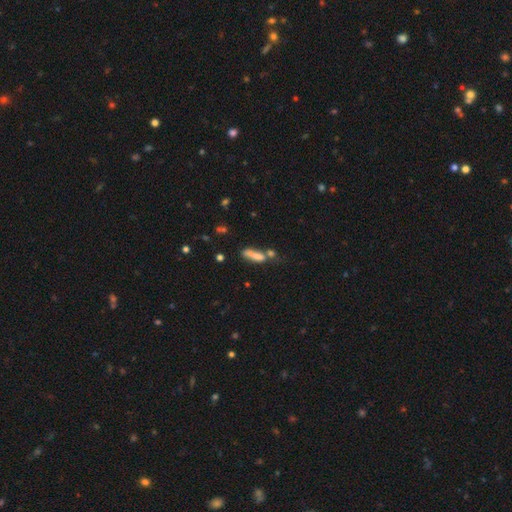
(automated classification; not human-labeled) A smooth galaxy with no disk features (71%) that is cigar-shaped (64%). Merging: none (39%).